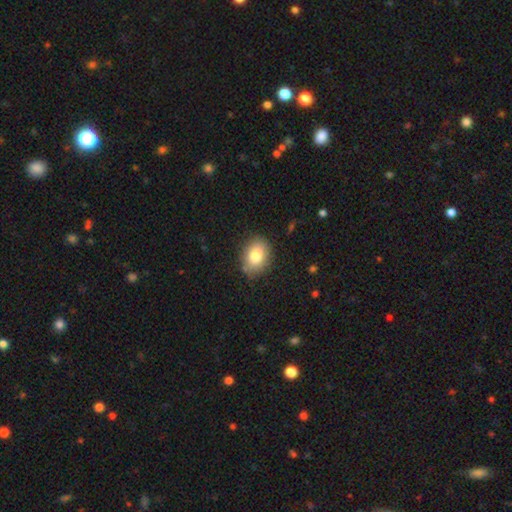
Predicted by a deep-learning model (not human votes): A smooth galaxy with no disk features (82%) that is in between round and cigar-shaped (65%).

Vote fractions:
- Smooth or featured? smooth: 82% / featured or disk: 9% / star or artifact: 8%
- How rounded? in between: 65% / round: 34% / cigar-shaped: 1%
- Merging? none: 84% / minor disturbance: 12% / major disturbance: 3% / merger: 1%